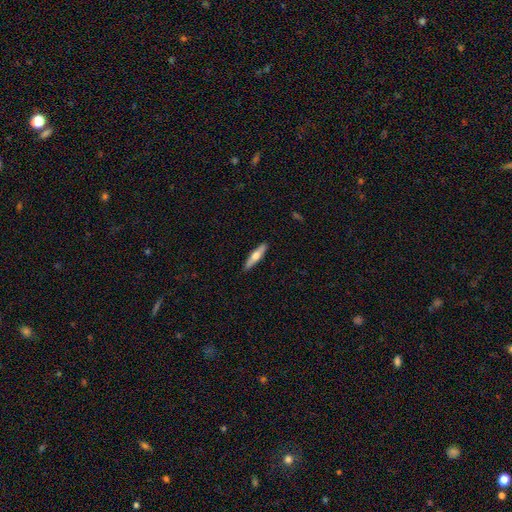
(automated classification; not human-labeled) This is possibly a smooth galaxy (49%). Merging: clearly none (88%).